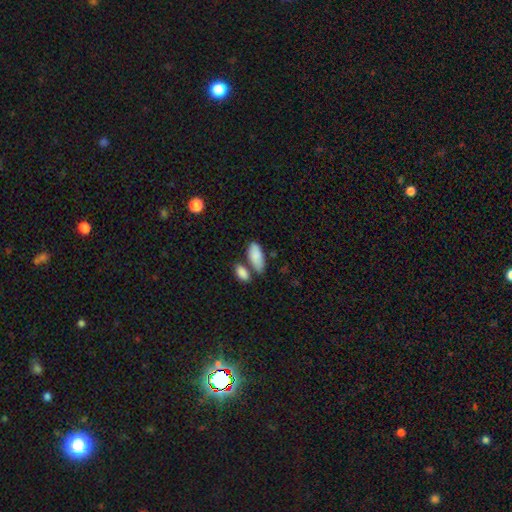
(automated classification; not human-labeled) smooth_or_featured: smooth (p=0.87) [alt: featured or disk p=0.08]
how_rounded: in between (p=0.86) [alt: cigar-shaped p=0.11]
merging: none (p=0.52) [alt: merger p=0.27]